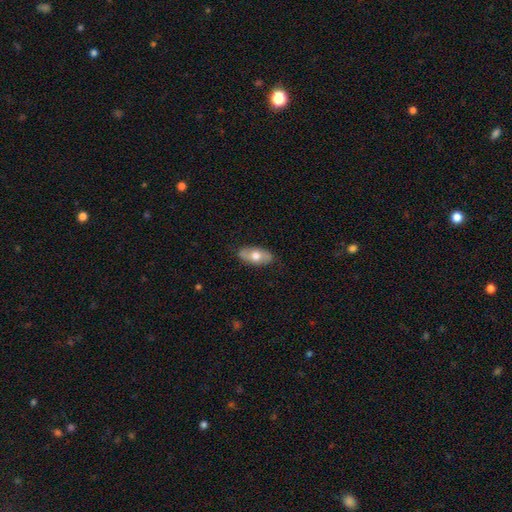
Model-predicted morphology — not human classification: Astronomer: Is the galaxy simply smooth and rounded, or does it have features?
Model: smooth — 60%.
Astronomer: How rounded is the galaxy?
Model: in between — 90%.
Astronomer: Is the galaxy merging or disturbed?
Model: none — 82%.